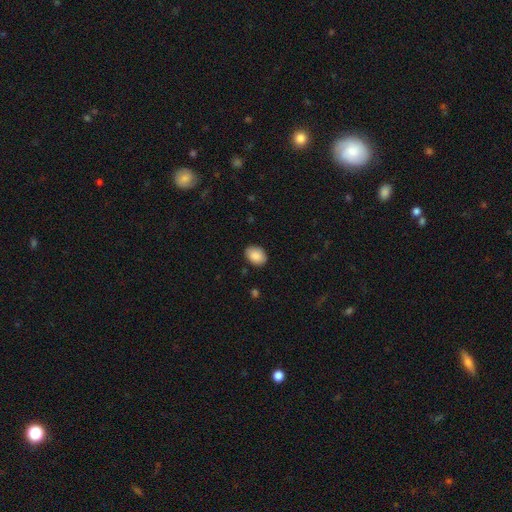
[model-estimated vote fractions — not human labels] smooth-or-featured: smooth: 89% | star or artifact: 7% | featured or disk: 5%
  how-rounded: in between: 74% | round: 25% | cigar-shaped: 1%
  merging: none: 86% | minor disturbance: 11% | major disturbance: 2% | merger: 1%